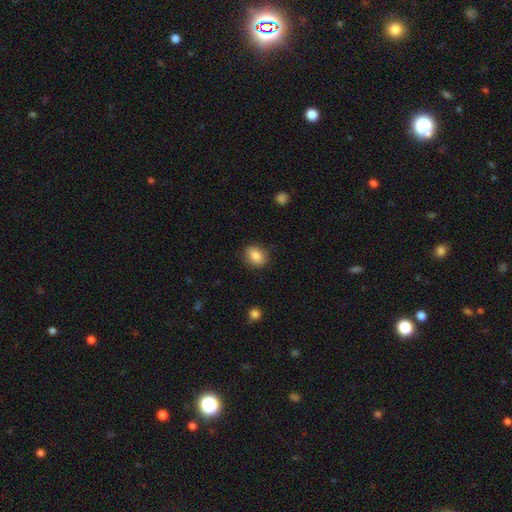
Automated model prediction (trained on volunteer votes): smooth-or-featured: smooth: 84% | star or artifact: 8% | featured or disk: 8%
  how-rounded: in between: 61% | round: 37% | cigar-shaped: 1%
  merging: none: 85% | minor disturbance: 11% | major disturbance: 3% | merger: 1%